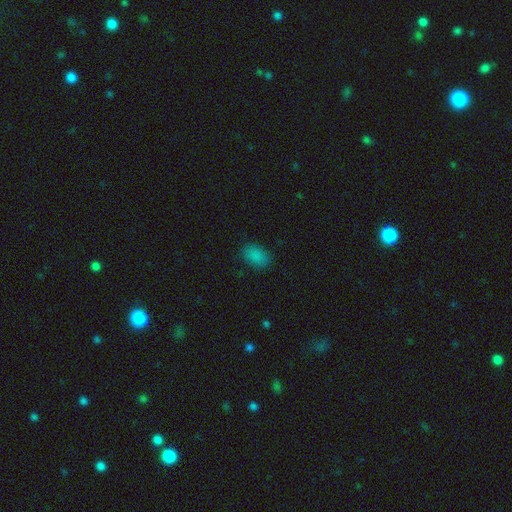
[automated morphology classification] This is clearly a smooth galaxy (85%). How rounded: clearly in between (89%). Merging: clearly none (82%).